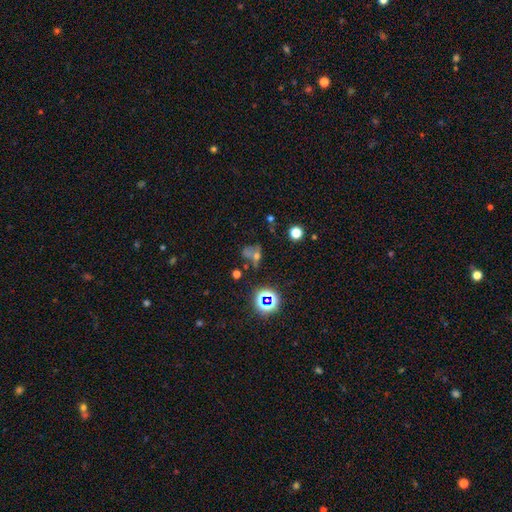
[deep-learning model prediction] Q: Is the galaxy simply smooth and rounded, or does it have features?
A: smooth — 43%.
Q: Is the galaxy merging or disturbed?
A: none — 34%.